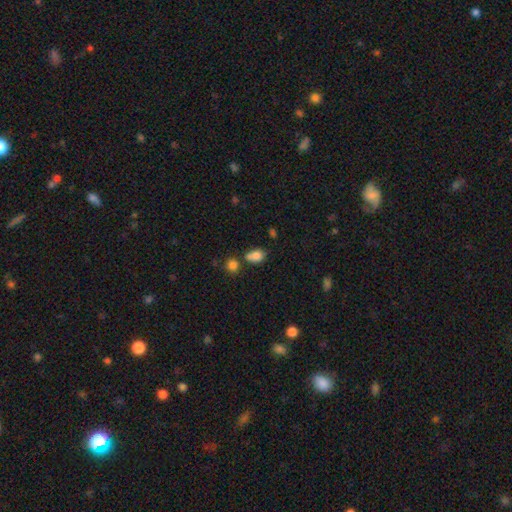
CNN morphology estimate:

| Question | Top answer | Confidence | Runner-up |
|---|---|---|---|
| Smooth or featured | smooth | 80% | star or artifact (11%) |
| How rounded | in between | 71% | round (27%) |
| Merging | none | 45% | merger (30%) |